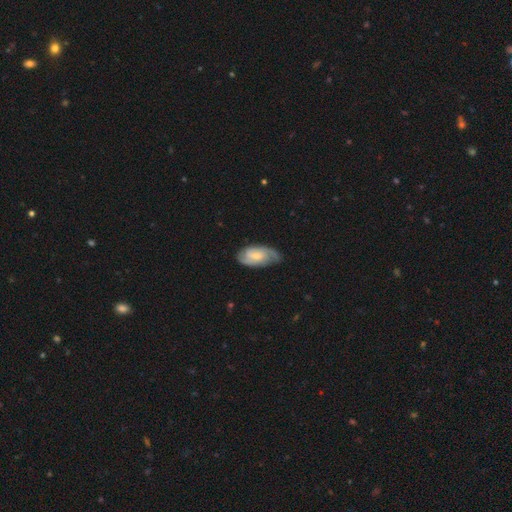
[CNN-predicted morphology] A featured or disk galaxy (69%) with no bar (53%), 2 (57%) tight (46%) spiral arms (93%) and a small central bulge (54%). Merging: none (73%).